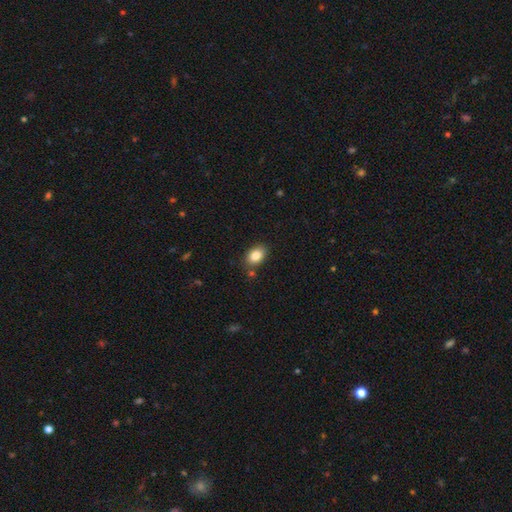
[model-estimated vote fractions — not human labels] Smooth or featured? Predicted: smooth (p=0.85). How rounded? Predicted: in between (p=0.79). Merging? Predicted: none (p=0.81).